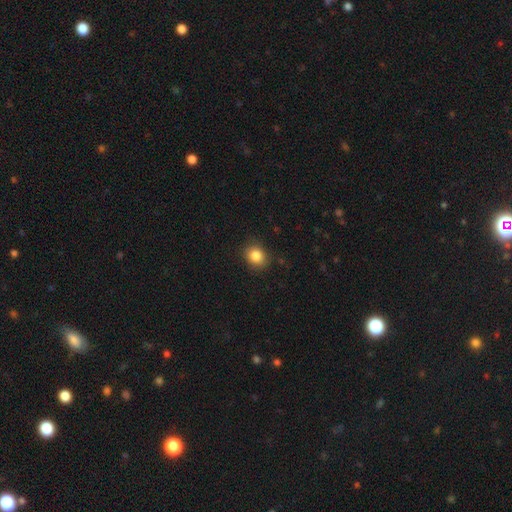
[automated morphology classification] This is clearly a smooth galaxy (85%). How rounded: likely round (61%). Merging: clearly none (86%).